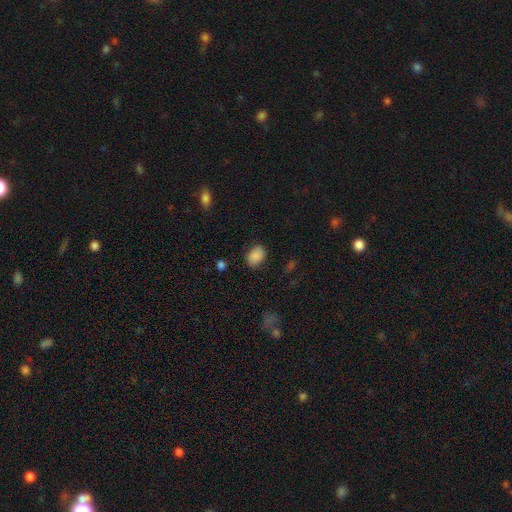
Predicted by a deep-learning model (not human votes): Smooth or featured? Predicted: smooth (p=0.86). How rounded? Predicted: in between (p=0.75). Merging? Predicted: none (p=0.80).